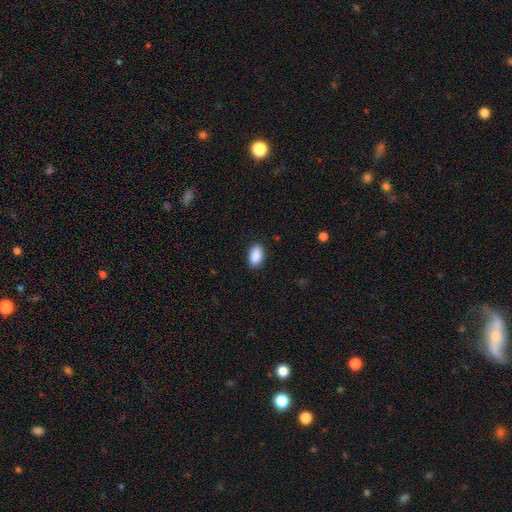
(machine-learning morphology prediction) Smooth or featured: smooth — 90% (star or artifact — 7%)
How rounded: in between — 91% (round — 7%)
Merging: none — 87% (minor disturbance — 10%)